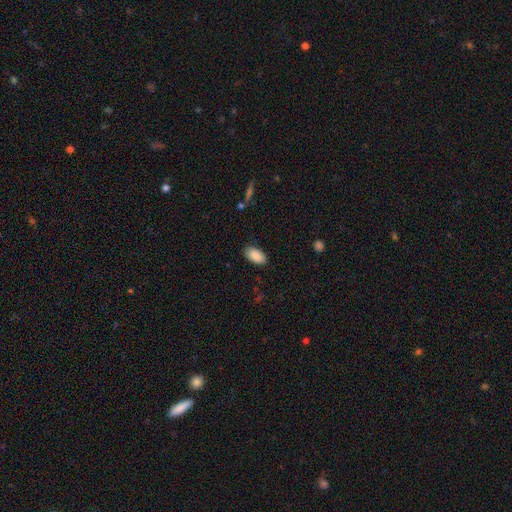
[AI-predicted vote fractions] smooth_or_featured: smooth (p=0.89) [alt: star or artifact p=0.07]
how_rounded: in between (p=0.95) [alt: round p=0.03]
merging: none (p=0.87) [alt: minor disturbance p=0.09]